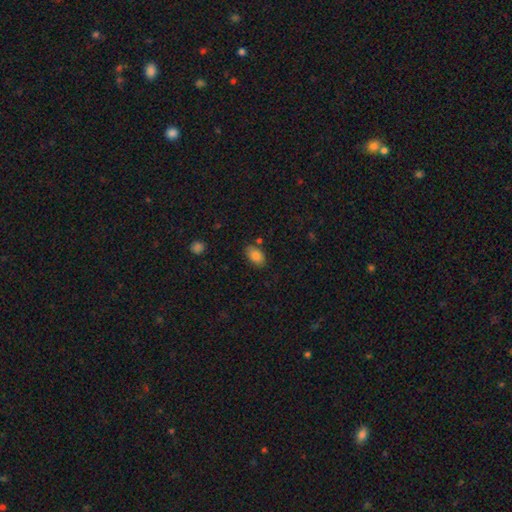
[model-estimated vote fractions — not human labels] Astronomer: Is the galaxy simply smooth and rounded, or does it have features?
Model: smooth — 84%.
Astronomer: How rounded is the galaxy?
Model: in between — 91%.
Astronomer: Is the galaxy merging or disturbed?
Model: none — 81%.